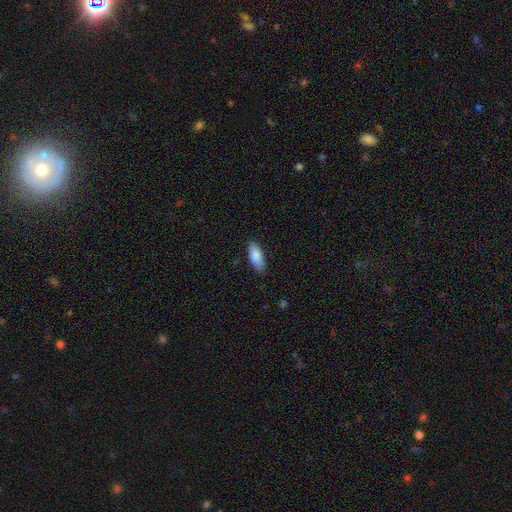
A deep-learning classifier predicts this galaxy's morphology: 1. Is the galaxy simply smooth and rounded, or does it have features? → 88% smooth, 6% featured or disk, 6% star or artifact.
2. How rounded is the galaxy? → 79% in between, 20% cigar-shaped, 2% round.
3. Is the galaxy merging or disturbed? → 83% none, 14% minor disturbance, 2% major disturbance, 1% merger.